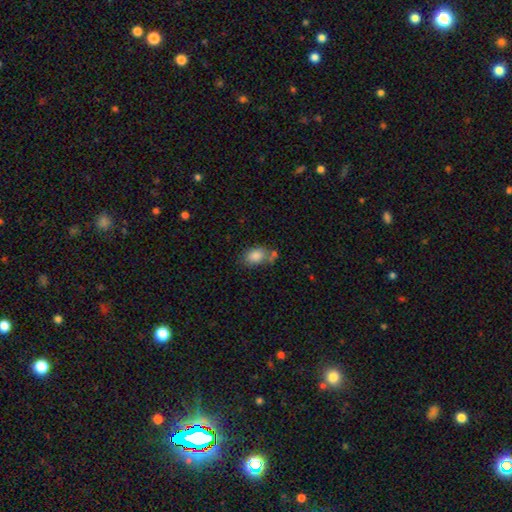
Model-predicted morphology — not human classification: Q: Smooth or featured?
A: smooth (84%); runner-up: star or artifact (8%)
Q: How rounded?
A: in between (81%); runner-up: round (18%)
Q: Merging?
A: none (52%); runner-up: merger (21%)